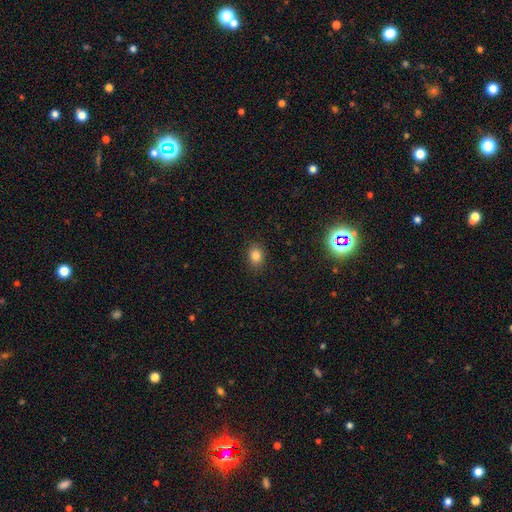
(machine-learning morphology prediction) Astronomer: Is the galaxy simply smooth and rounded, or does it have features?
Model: smooth — 82%.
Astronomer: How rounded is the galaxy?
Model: in between — 57% (runner-up: round, 42%).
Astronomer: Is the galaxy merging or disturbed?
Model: none — 88%.